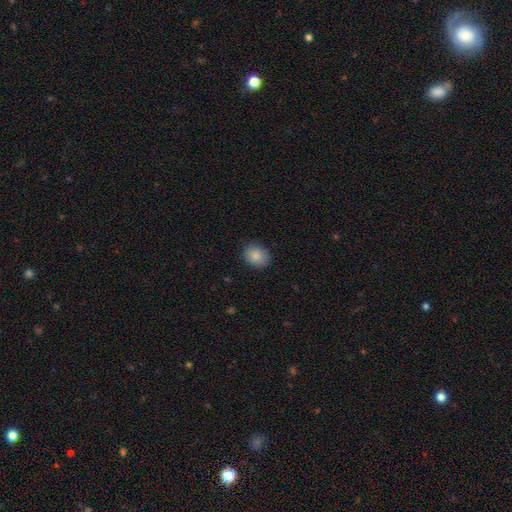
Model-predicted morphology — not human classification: Smooth or featured? Predicted: smooth (p=0.87). How rounded? Predicted: round (p=0.51). Merging? Predicted: none (p=0.85).